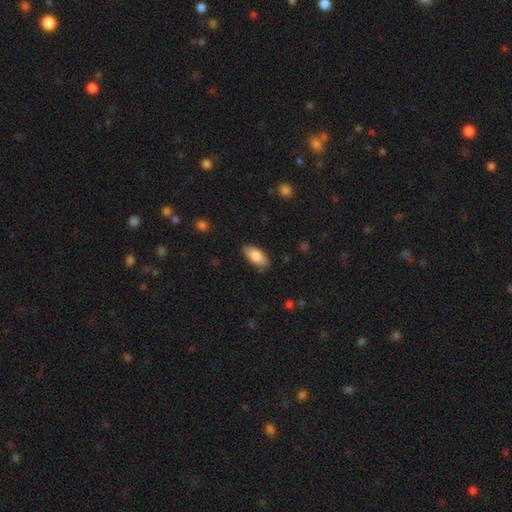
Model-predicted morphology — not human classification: This is clearly a smooth galaxy (82%). How rounded: clearly in between (87%). Merging: clearly none (84%).